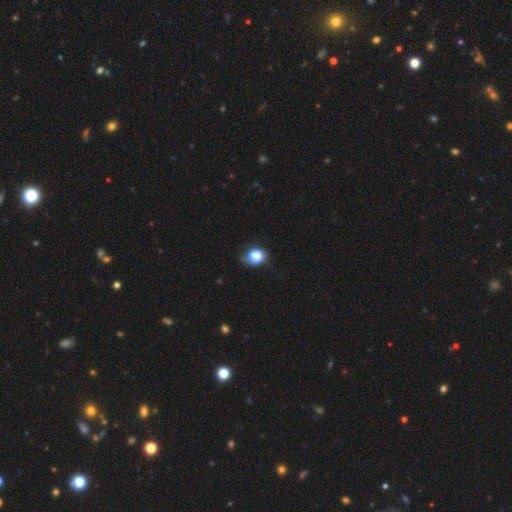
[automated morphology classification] smooth_or_featured: smooth (p=0.77) [alt: featured or disk p=0.13]
how_rounded: round (p=0.57) [alt: in between p=0.42]
merging: none (p=0.42) [alt: minor disturbance p=0.36]